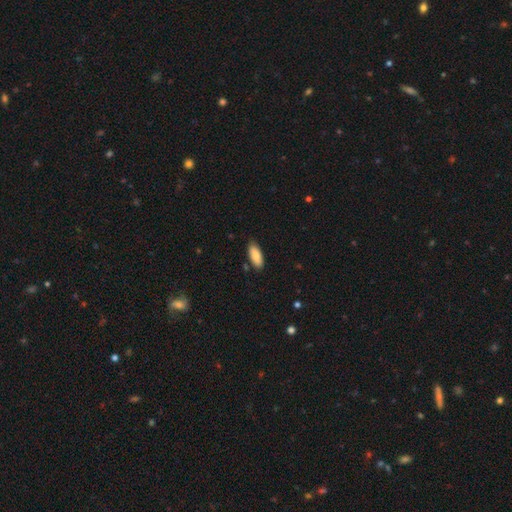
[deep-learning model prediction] Overall: smooth (84%). How rounded: in between (83%). Merging: none (83%).